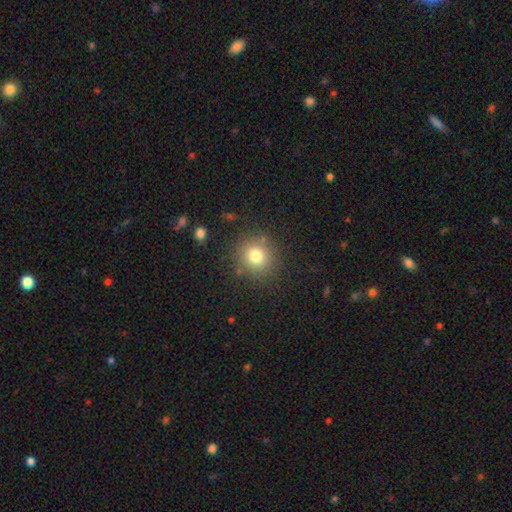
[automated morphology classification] The model was most divided on "smooth or featured": smooth: 77%, star or artifact: 14%, featured or disk: 9%. More confident: how rounded — round (88%); merging — none (85%).